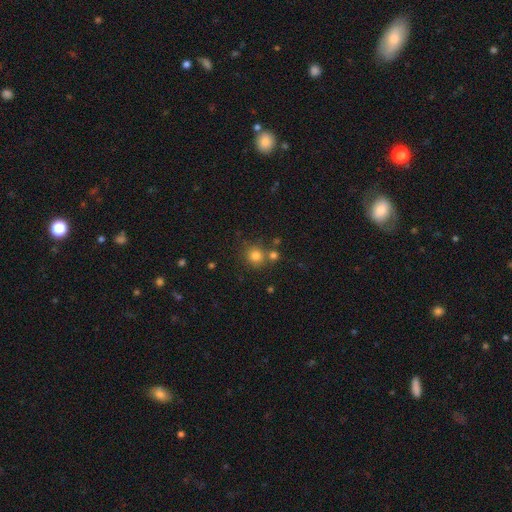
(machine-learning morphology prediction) Smooth or featured?
  - smooth: 79% *
  - star or artifact: 13%
  - featured or disk: 7%
How rounded?
  - round: 90% *
  - in between: 9%
  - cigar-shaped: 1%
Merging?
  - none: 68% *
  - merger: 20%
  - minor disturbance: 9%
  - major disturbance: 3%